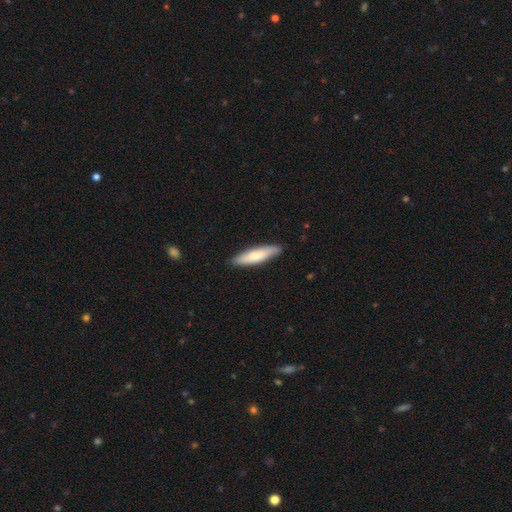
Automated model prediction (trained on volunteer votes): Overall: smooth (71%). How rounded: cigar-shaped (72%). Merging: none (85%).